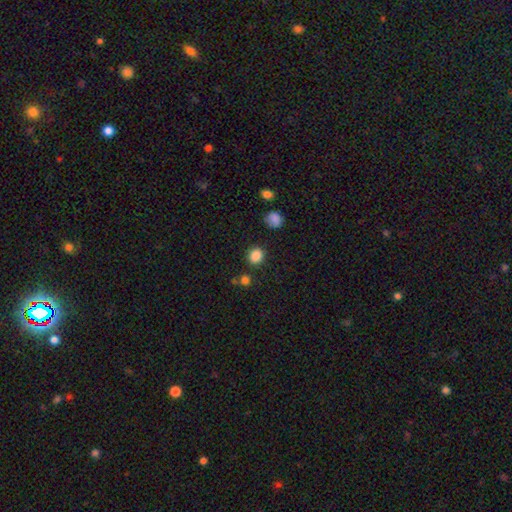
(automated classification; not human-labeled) The model was most divided on "how rounded": round: 74%, in between: 25%, cigar-shaped: 1%. More confident: smooth or featured — smooth (86%); merging — none (85%).